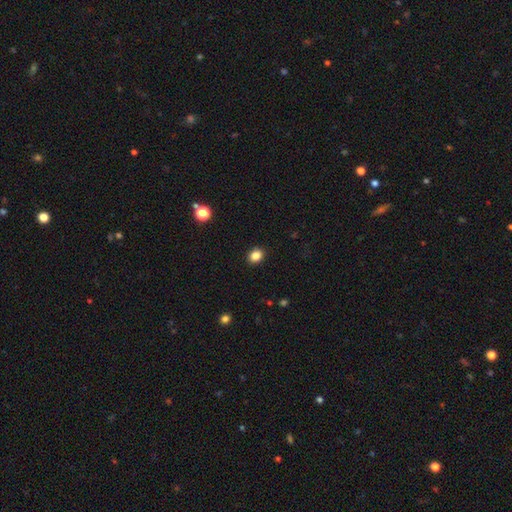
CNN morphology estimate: Smooth or featured? smooth (85%)
How rounded? round (62%)
Merging? none (91%)